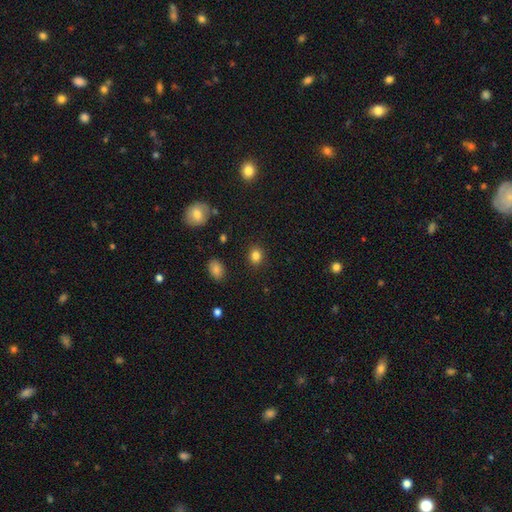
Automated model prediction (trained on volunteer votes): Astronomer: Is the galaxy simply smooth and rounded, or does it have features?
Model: smooth — 83%.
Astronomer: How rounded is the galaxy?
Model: round — 62% (runner-up: in between, 37%).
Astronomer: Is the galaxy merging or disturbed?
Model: none — 88%.